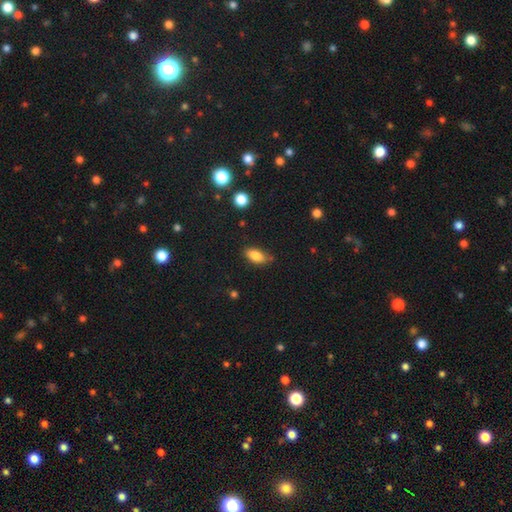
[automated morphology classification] This appears to be a smooth galaxy with no disk features (83%) that is in between round and cigar-shaped (88%). Merging: none (76%).